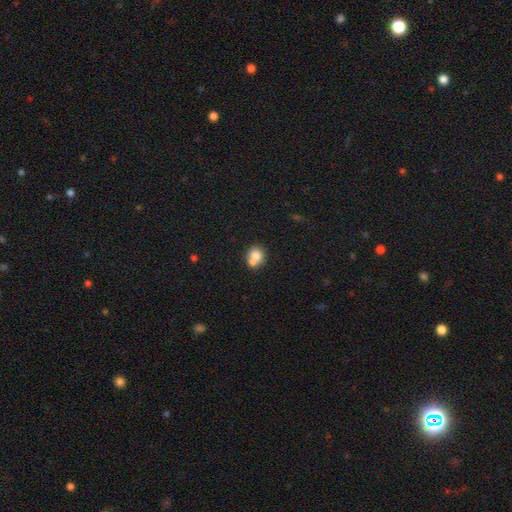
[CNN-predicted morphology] smooth 77%, featured or disk 14%, star or artifact 9%. Down the decision tree: how rounded — round (71%); merging — merger (45%).